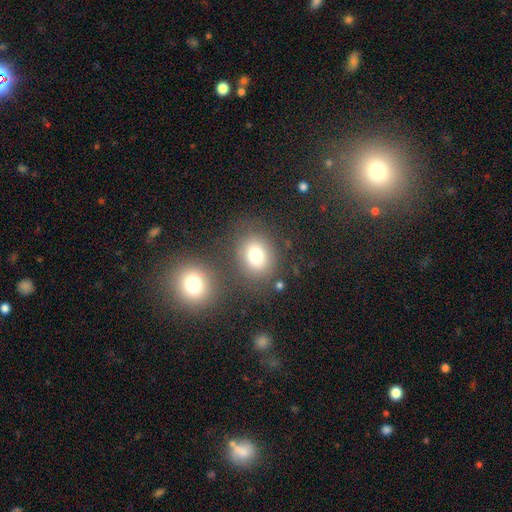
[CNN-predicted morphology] Smooth or featured?
  - smooth: 74% *
  - star or artifact: 13%
  - featured or disk: 12%
How rounded?
  - round: 67% *
  - in between: 32%
  - cigar-shaped: 1%
Merging?
  - none: 74% *
  - minor disturbance: 11%
  - merger: 10%
  - major disturbance: 5%